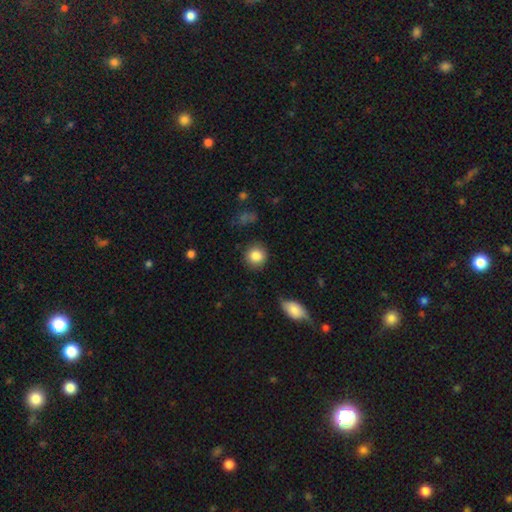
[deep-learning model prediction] A smooth galaxy with no disk features (85%) that is round (90%). Merging: none (87%).